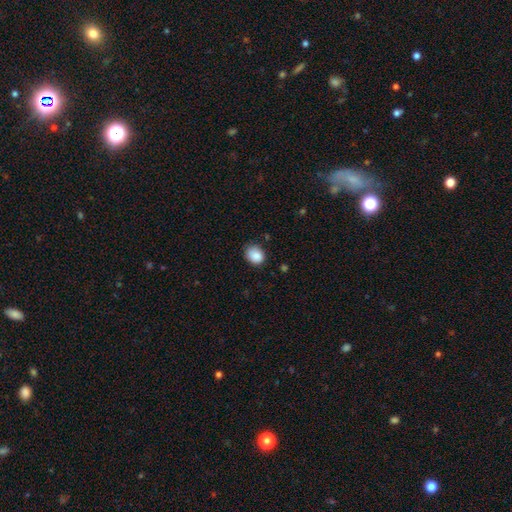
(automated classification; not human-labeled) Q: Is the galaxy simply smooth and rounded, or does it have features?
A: smooth — 87%.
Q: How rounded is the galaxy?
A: round — 53%.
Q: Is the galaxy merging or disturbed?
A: none — 74%.